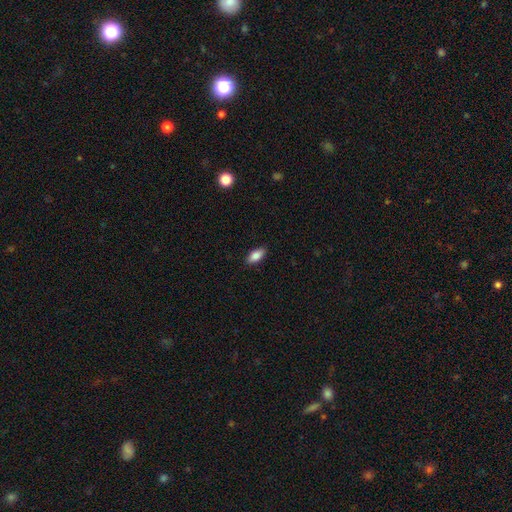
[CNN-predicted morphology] A smooth galaxy with no disk features (84%) that is in between round and cigar-shaped (87%).

Vote fractions:
- Smooth or featured? smooth: 84% / featured or disk: 9% / star or artifact: 7%
- How rounded? in between: 87% / cigar-shaped: 10% / round: 3%
- Merging? none: 89% / minor disturbance: 8% / major disturbance: 2% / merger: 1%